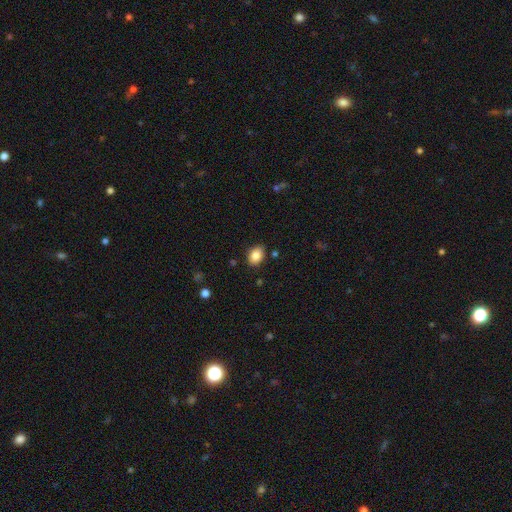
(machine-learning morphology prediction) Smooth or featured? smooth (86%)
How rounded? in between (77%)
Merging? none (85%)